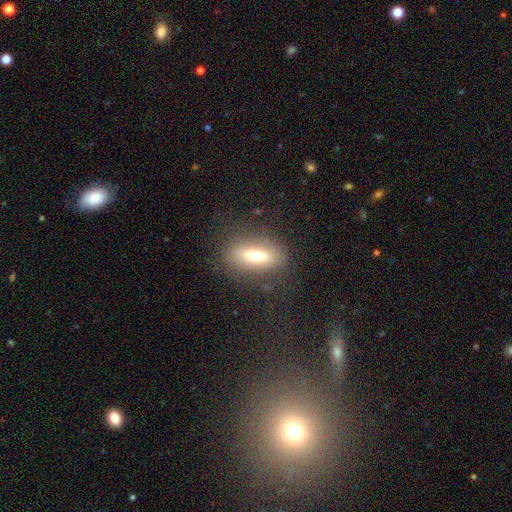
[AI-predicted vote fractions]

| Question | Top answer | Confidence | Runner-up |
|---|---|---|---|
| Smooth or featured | smooth | 63% | featured or disk (28%) |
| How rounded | in between | 73% | cigar-shaped (19%) |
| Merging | none | 80% | minor disturbance (12%) |